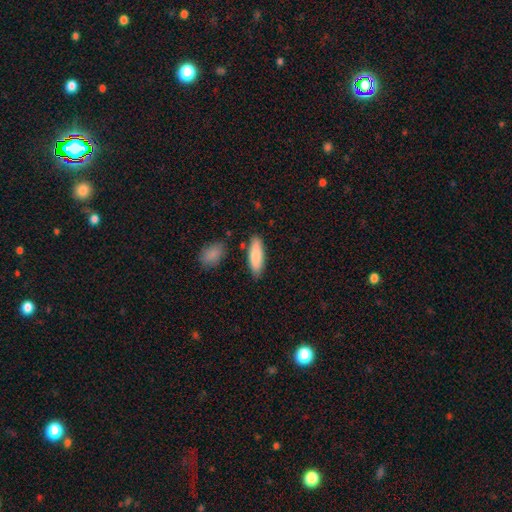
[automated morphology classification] Q: Smooth or featured?
A: smooth (85%); runner-up: featured or disk (10%)
Q: How rounded?
A: in between (50%); runner-up: cigar-shaped (48%)
Q: Merging?
A: none (82%); runner-up: minor disturbance (11%)